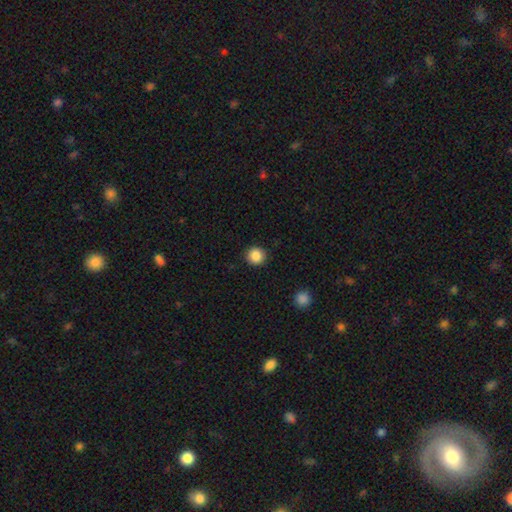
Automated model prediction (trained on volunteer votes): smooth_or_featured: smooth (p=0.87) [alt: star or artifact p=0.10]
how_rounded: round (p=0.94) [alt: in between p=0.05]
merging: none (p=0.91) [alt: minor disturbance p=0.06]